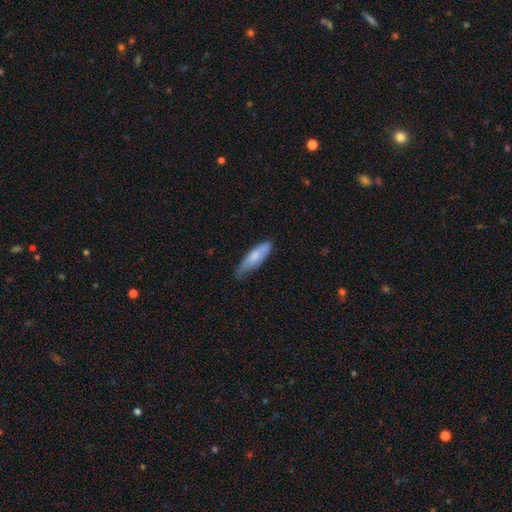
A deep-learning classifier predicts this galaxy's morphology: Smooth or featured: smooth — 72% (featured or disk — 23%)
How rounded: cigar-shaped — 52% (in between — 47%)
Merging: none — 56% (minor disturbance — 36%)